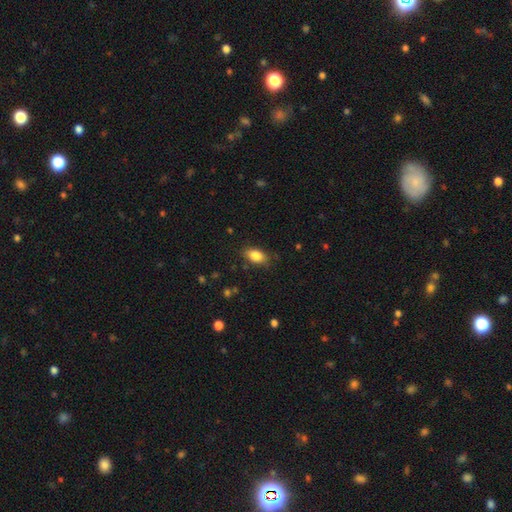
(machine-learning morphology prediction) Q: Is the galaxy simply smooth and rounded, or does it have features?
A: smooth — 84%.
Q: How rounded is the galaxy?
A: in between — 89%.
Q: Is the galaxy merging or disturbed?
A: none — 81%.